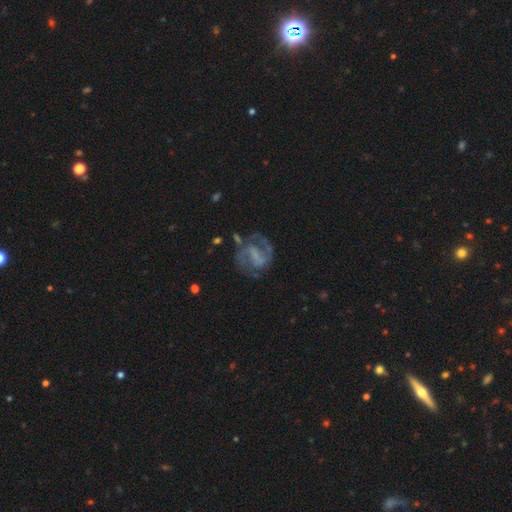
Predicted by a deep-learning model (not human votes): Smooth or featured? featured or disk (84%)
Edge-on disk? no (98%)
Bar? weak (45%)
Spiral arms? yes (93%)
Spiral winding? medium (56%)
Spiral arm count? 2 (87%)
Bulge size? none (58%)
Merging? none (68%)